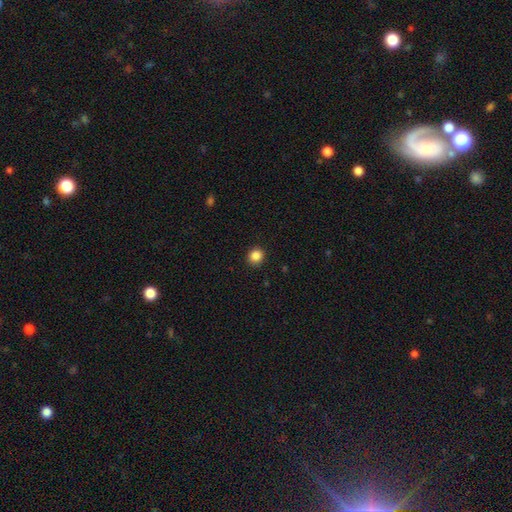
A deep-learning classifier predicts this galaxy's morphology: A smooth galaxy with no disk features (86%) that is round (89%).

Vote fractions:
- Smooth or featured? smooth: 86% / star or artifact: 11% / featured or disk: 3%
- How rounded? round: 89% / in between: 10% / cigar-shaped: 1%
- Merging? none: 92% / minor disturbance: 5% / major disturbance: 2% / merger: 1%